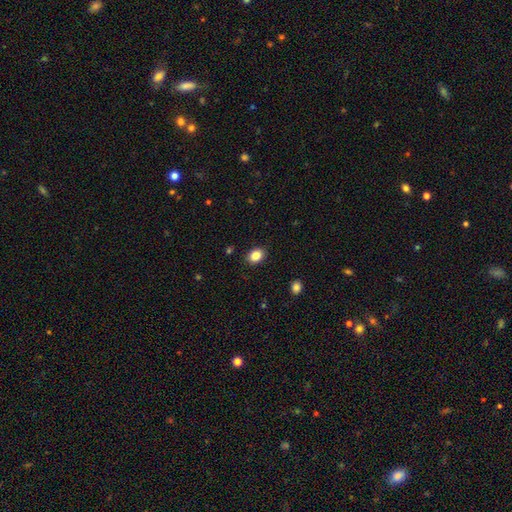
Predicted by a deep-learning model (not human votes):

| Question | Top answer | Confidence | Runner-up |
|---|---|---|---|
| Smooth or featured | smooth | 85% | star or artifact (9%) |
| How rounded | in between | 66% | round (33%) |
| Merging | none | 89% | minor disturbance (8%) |